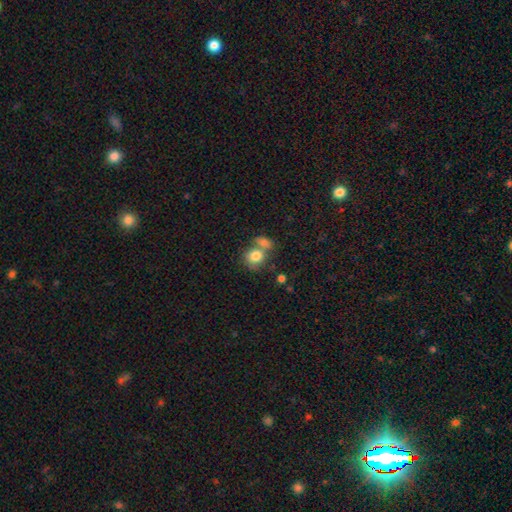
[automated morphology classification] This is clearly a smooth galaxy (80%). How rounded: likely round (68%). Merging: possibly merger (46%).